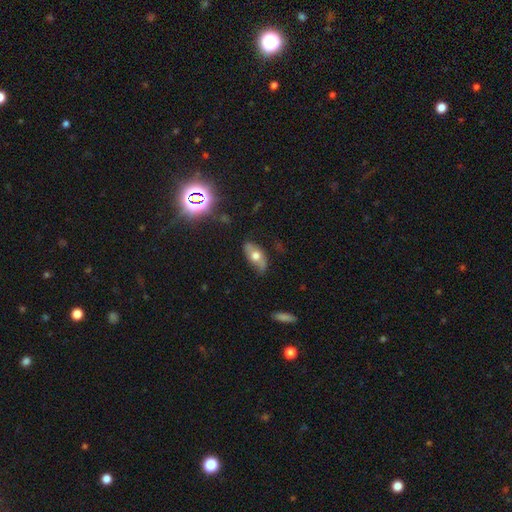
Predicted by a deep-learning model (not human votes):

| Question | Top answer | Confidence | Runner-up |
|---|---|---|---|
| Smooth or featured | smooth | 51% | featured or disk (39%) |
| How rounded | in between | 87% | cigar-shaped (8%) |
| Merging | none | 70% | minor disturbance (22%) |